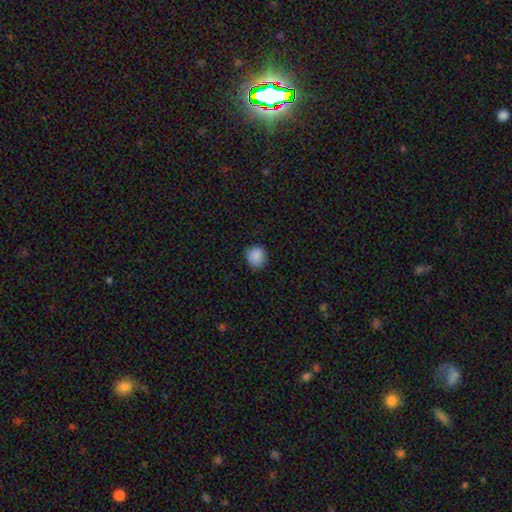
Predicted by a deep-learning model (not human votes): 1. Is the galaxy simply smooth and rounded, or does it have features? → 88% smooth, 9% star or artifact, 3% featured or disk.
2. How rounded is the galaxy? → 89% round, 10% in between, 1% cigar-shaped.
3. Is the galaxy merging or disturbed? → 83% none, 13% minor disturbance, 3% major disturbance, 1% merger.